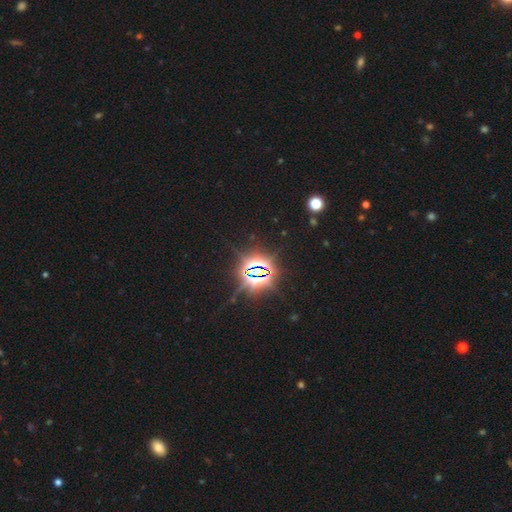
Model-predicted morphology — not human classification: Smooth or featured? star or artifact (84%)